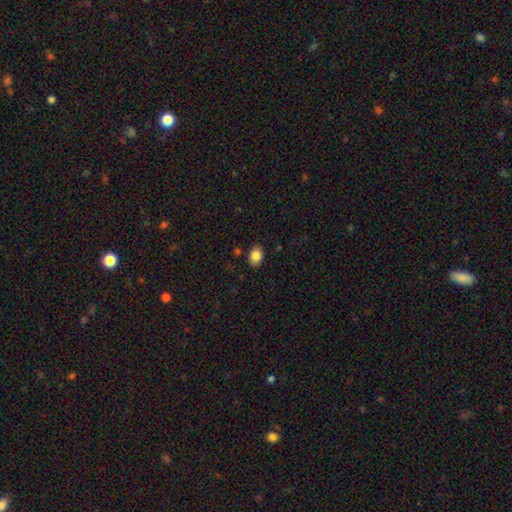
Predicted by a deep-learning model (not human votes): A smooth galaxy with no disk features (86%) that is in between round and cigar-shaped (79%). Merging: none (86%).